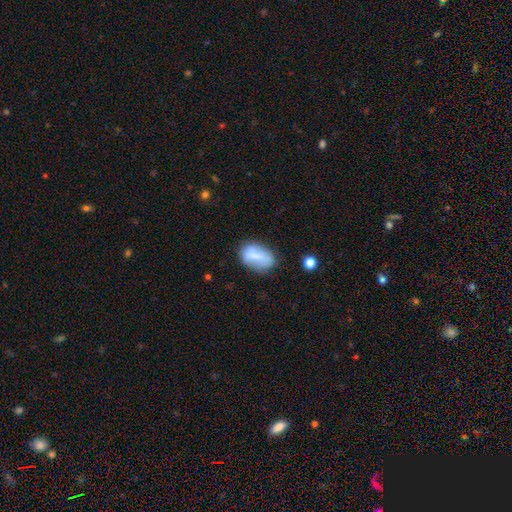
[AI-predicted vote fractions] This appears to be a smooth galaxy with no disk features (68%) that is in between round and cigar-shaped (88%). Merging: none (63%).